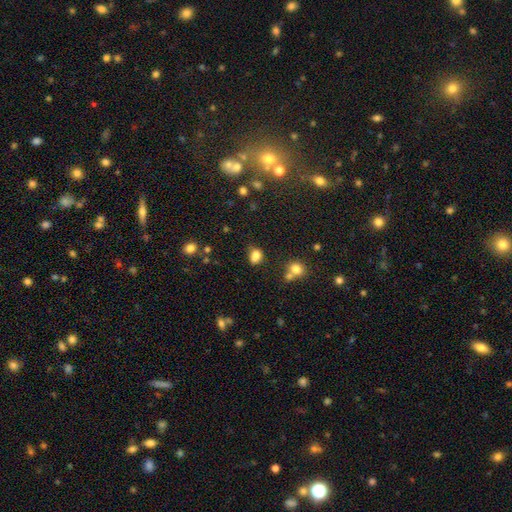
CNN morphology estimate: smooth 80%, star or artifact 13%, featured or disk 7%. Down the decision tree: how rounded — in between (67%); merging — none (52%).